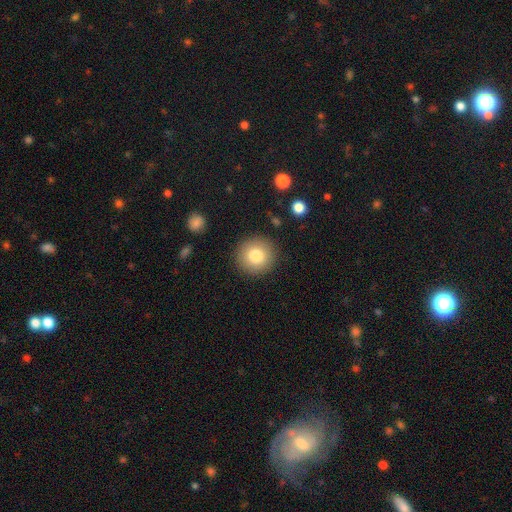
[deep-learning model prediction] Overall: smooth (80%). How rounded: round (94%). Merging: none (90%).